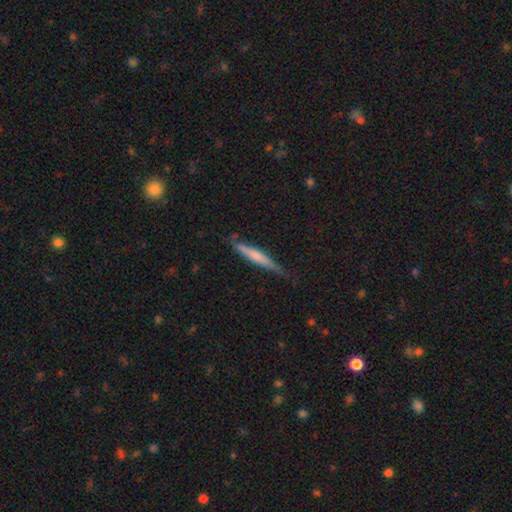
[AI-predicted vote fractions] Morphology: type=smooth (53%); roundness=cigar-shaped (94%); merging=none (75%).